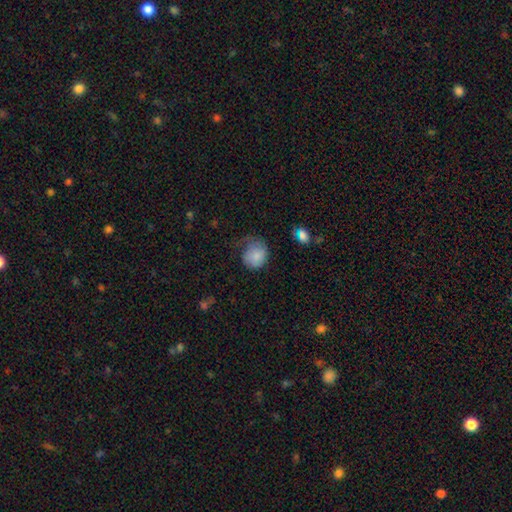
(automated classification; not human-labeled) Smooth or featured?
  - smooth: 81% *
  - featured or disk: 12%
  - star or artifact: 7%
How rounded?
  - round: 71% *
  - in between: 28%
  - cigar-shaped: 1%
Merging?
  - minor disturbance: 34% * (tied)
  - none: 34% * (tied)
  - major disturbance: 30%
  - merger: 2%